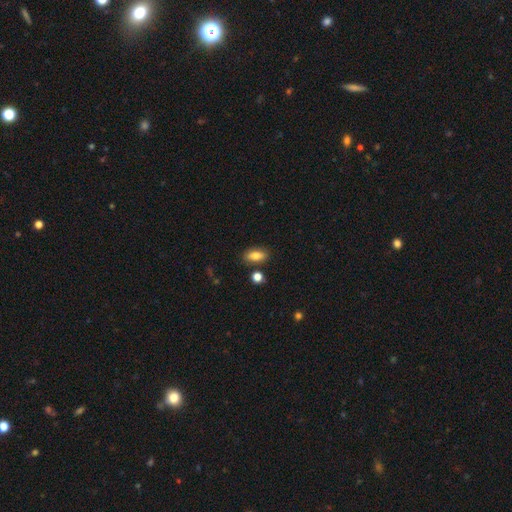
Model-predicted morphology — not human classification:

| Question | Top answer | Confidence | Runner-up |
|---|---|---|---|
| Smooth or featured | smooth | 82% | featured or disk (9%) |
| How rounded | in between | 87% | cigar-shaped (7%) |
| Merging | none | 83% | minor disturbance (10%) |